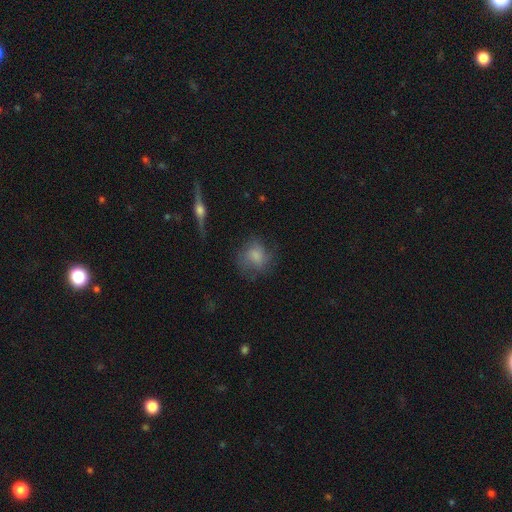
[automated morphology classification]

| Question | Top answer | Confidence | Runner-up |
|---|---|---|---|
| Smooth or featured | smooth | 60% | featured or disk (29%) |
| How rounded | round | 73% | in between (25%) |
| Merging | none | 59% | minor disturbance (22%) |